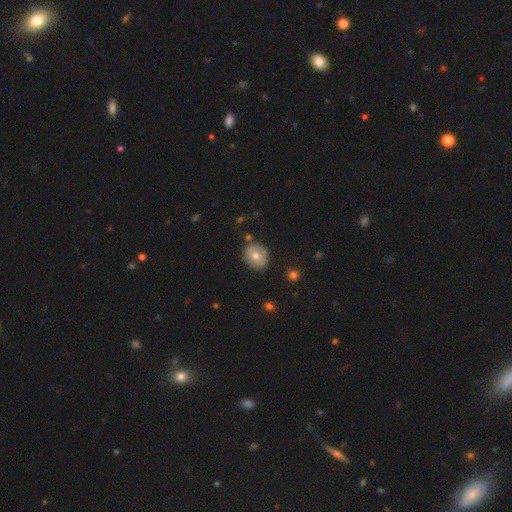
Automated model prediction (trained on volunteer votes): Q: Smooth or featured?
A: smooth (61%); runner-up: featured or disk (30%)
Q: How rounded?
A: round (72%); runner-up: in between (27%)
Q: Merging?
A: none (82%); runner-up: minor disturbance (13%)